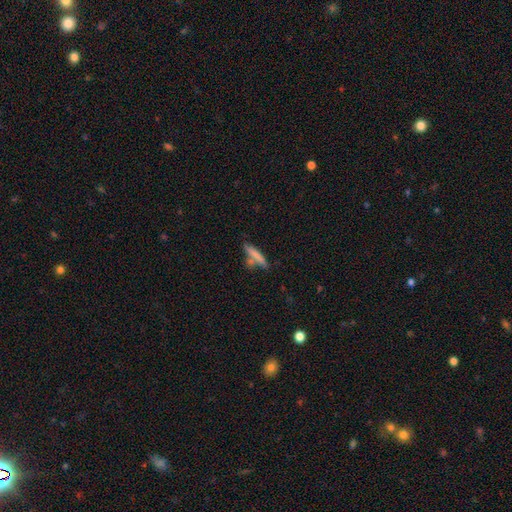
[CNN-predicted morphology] Overall: smooth (74%). How rounded: cigar-shaped (87%). Merging: none (64%).